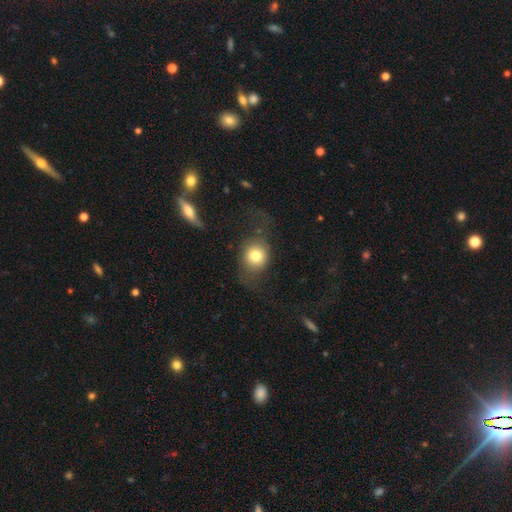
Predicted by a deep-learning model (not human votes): smooth 74%, featured or disk 17%, star or artifact 9%. Down the decision tree: how rounded — round (71%); merging — none (48%).